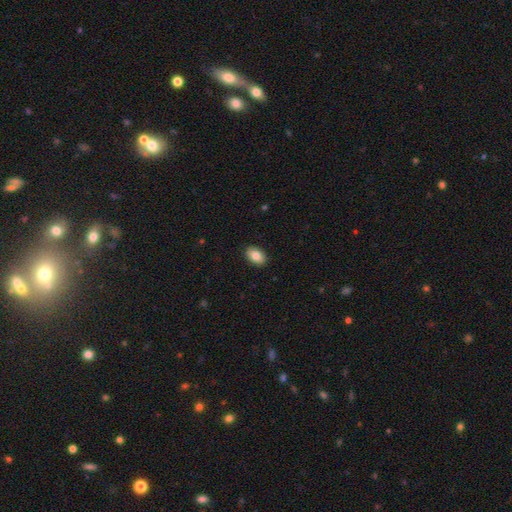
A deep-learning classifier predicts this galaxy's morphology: This appears to be a smooth galaxy with no disk features (84%) that is in between round and cigar-shaped (87%). Merging: none (89%).